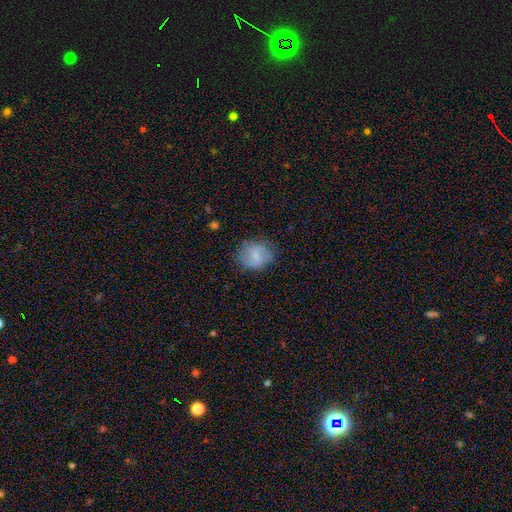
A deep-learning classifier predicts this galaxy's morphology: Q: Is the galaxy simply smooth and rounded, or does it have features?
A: smooth — 64%.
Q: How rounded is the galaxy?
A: round — 66%.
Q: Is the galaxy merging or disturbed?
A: none — 71%.